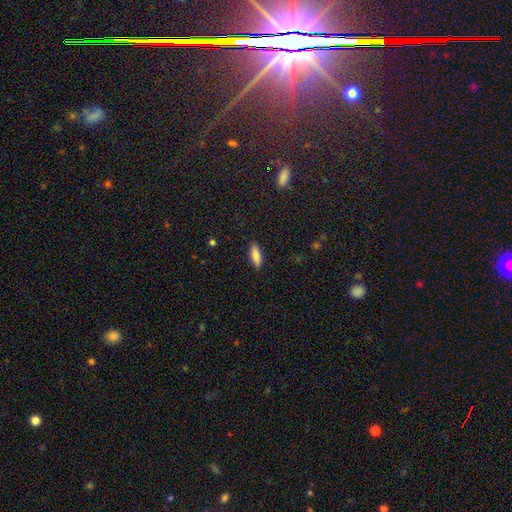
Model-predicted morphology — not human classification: Smooth or featured?
  - smooth: 83% *
  - featured or disk: 11%
  - star or artifact: 7%
How rounded?
  - in between: 57% *
  - cigar-shaped: 41%
  - round: 2%
Merging?
  - none: 88% *
  - minor disturbance: 9%
  - major disturbance: 2%
  - merger: 1%